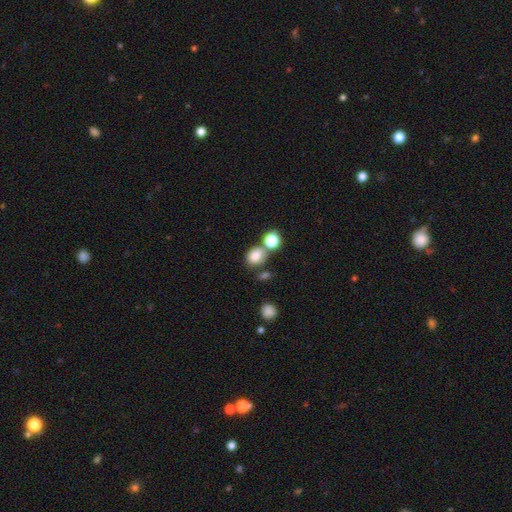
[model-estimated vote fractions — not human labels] smooth-or-featured: smooth: 80% | star or artifact: 12% | featured or disk: 8%
  how-rounded: in between: 55% | round: 44% | cigar-shaped: 1%
  merging: none: 54% | merger: 27% | minor disturbance: 14% | major disturbance: 6%